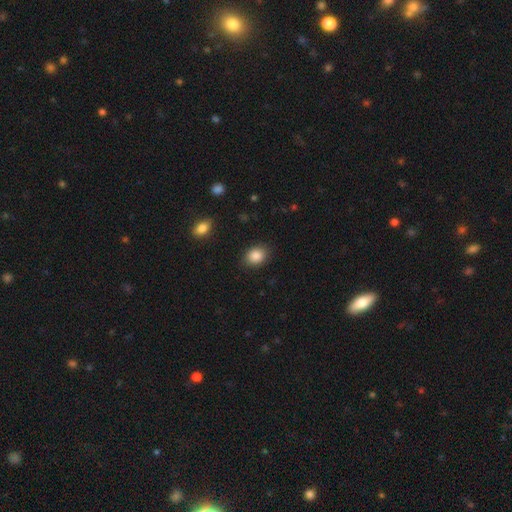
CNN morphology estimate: This appears to be a smooth galaxy with no disk features (87%) that is in between round and cigar-shaped (54%). Merging: none (86%).